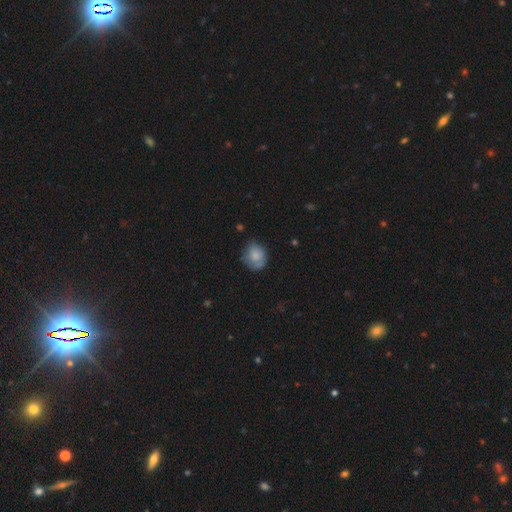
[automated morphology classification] A smooth galaxy with no disk features (75%) that is round (68%).

Vote fractions:
- Smooth or featured? smooth: 75% / featured or disk: 17% / star or artifact: 8%
- How rounded? round: 68% / in between: 31% / cigar-shaped: 1%
- Merging? none: 58% / minor disturbance: 31% / major disturbance: 9% / merger: 2%